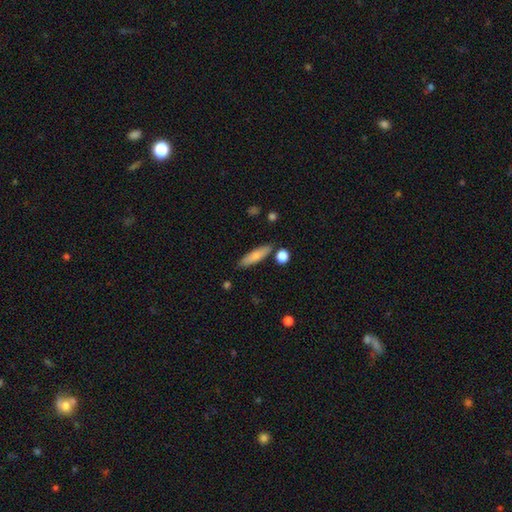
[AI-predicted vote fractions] Smooth or featured: smooth — 77% (featured or disk — 17%)
How rounded: cigar-shaped — 67% (in between — 30%)
Merging: none — 83% (minor disturbance — 10%)